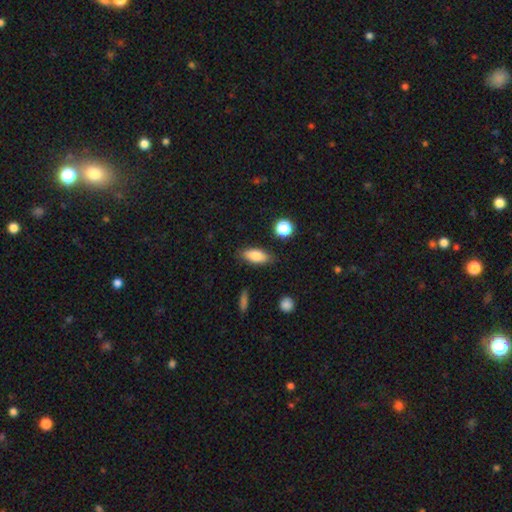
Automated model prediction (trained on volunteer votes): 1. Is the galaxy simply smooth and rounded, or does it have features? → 81% smooth, 12% featured or disk, 8% star or artifact.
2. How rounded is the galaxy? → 79% in between, 17% cigar-shaped, 4% round.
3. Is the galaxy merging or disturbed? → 82% none, 13% minor disturbance, 3% major disturbance, 2% merger.